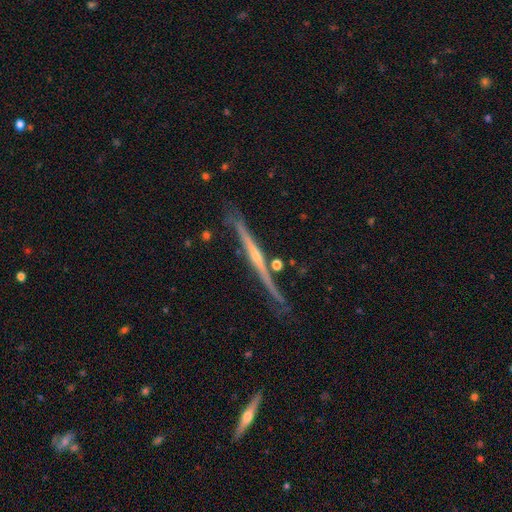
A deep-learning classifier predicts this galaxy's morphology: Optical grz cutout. It shows a featured or disk galaxy (82%) viewed edge-on (97%) with a rounded central bulge (60%). Merging: none (75%).